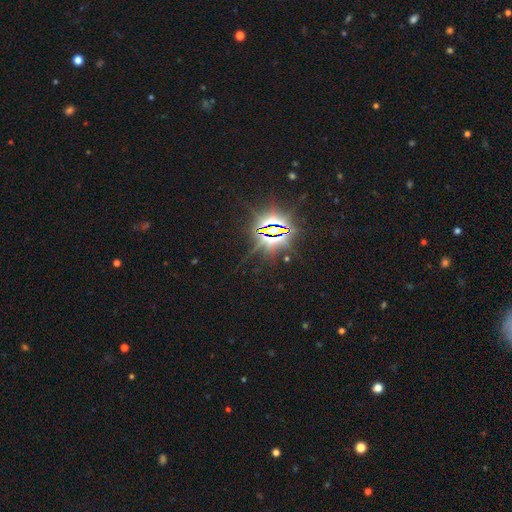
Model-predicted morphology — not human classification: A star or artifact, not a galaxy (85%).

Vote fractions:
- Smooth or featured? star or artifact: 85% / smooth: 9% / featured or disk: 6%